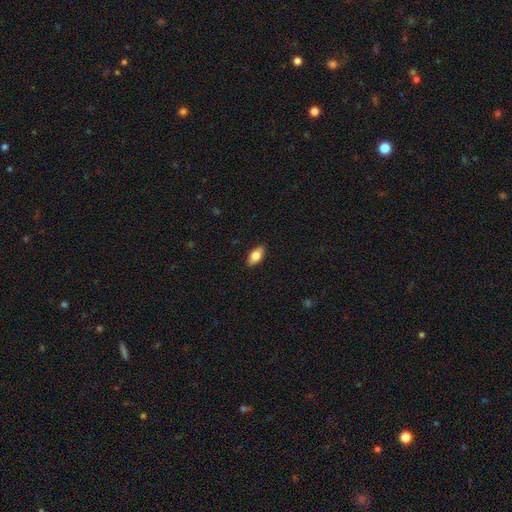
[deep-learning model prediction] smooth-or-featured: smooth: 78% | featured or disk: 16% | star or artifact: 7%
  how-rounded: in between: 90% | cigar-shaped: 6% | round: 4%
  merging: none: 89% | minor disturbance: 9% | major disturbance: 2% | merger: 1%